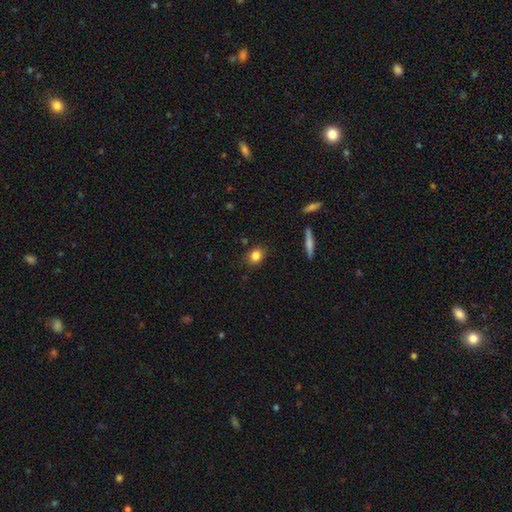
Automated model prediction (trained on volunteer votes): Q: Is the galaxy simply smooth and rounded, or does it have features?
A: smooth — 83%.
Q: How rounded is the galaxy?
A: round — 56%.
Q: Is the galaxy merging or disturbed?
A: none — 84%.